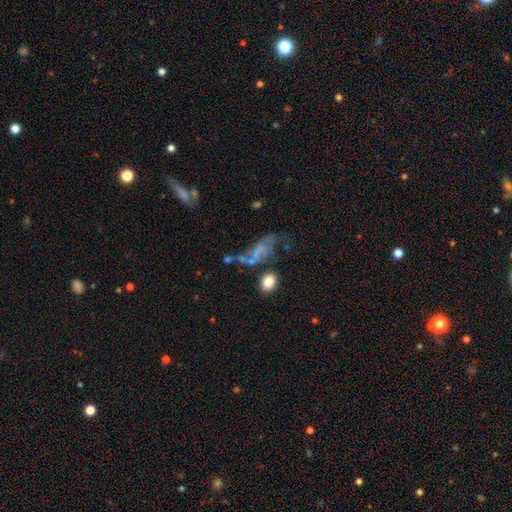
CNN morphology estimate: Smooth or featured? featured or disk (44%)
Merging? none (34%)